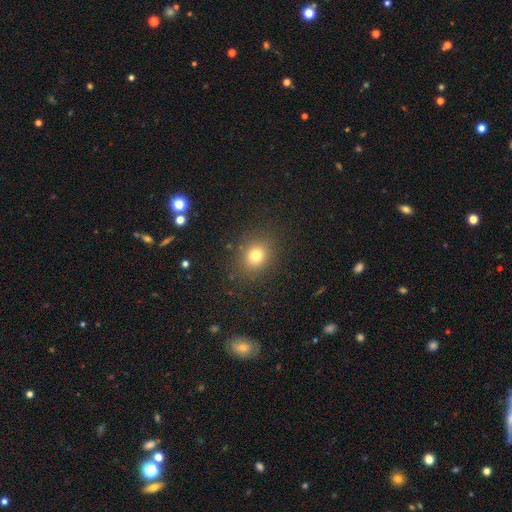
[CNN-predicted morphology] A smooth galaxy with no disk features (76%) that is round (69%). Merging: none (86%).